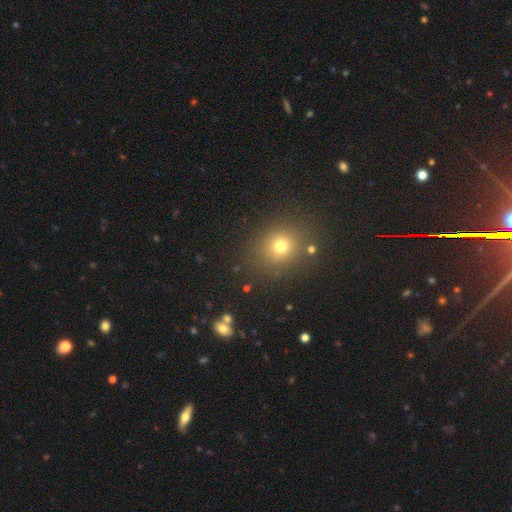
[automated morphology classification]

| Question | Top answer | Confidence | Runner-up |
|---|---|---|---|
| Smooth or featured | smooth | 52% | star or artifact (39%) |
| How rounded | round | 78% | in between (20%) |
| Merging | none | 87% | minor disturbance (7%) |